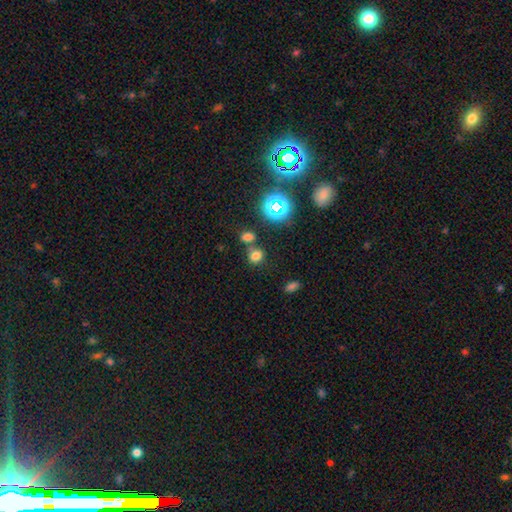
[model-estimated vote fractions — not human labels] Smooth or featured? Predicted: smooth (p=0.70). How rounded? Predicted: round (p=0.68). Merging? Predicted: none (p=0.58).